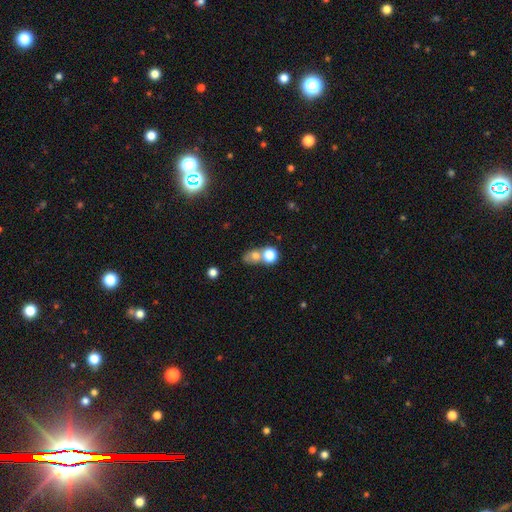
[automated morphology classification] smooth-or-featured: smooth: 69% | star or artifact: 16% | featured or disk: 15%
  how-rounded: round: 64% | in between: 34% | cigar-shaped: 2%
  merging: merger: 49% | none: 34% | minor disturbance: 9% | major disturbance: 7%